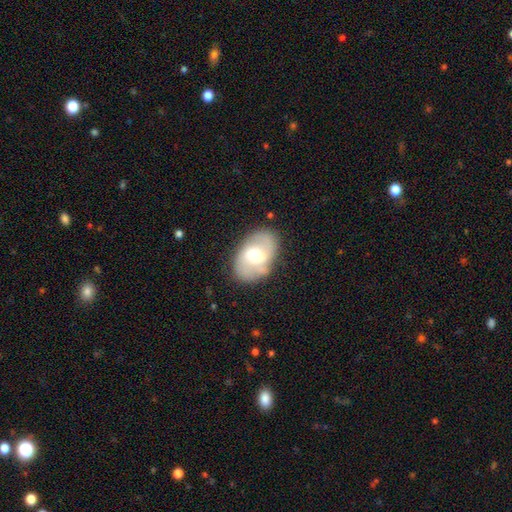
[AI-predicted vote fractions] smooth-or-featured: featured or disk: 57% | smooth: 36% | star or artifact: 7%
  disk-edge-on: no: 95% | yes: 5%
    bar: weak: 50% | no: 30% | strong: 20%
    has-spiral-arms: yes: 71% | no: 29%
    bulge-size: moderate: 60% | large: 18% | small: 17% | dominant: 2% | none: 2%
  merging: none: 77% | minor disturbance: 15% | major disturbance: 6% | merger: 2%